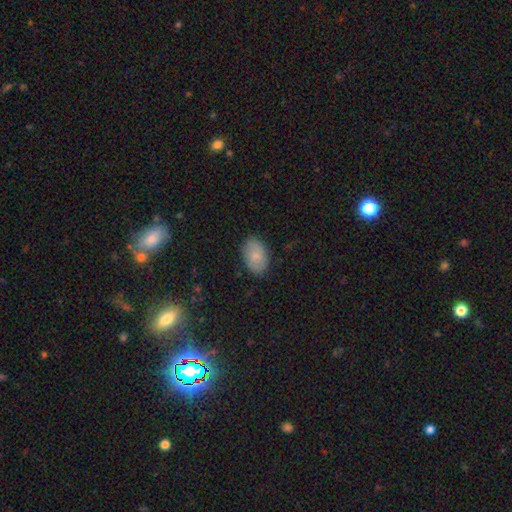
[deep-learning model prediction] smooth 82%, featured or disk 11%, star or artifact 7%. Down the decision tree: how rounded — in between (90%); merging — none (86%).